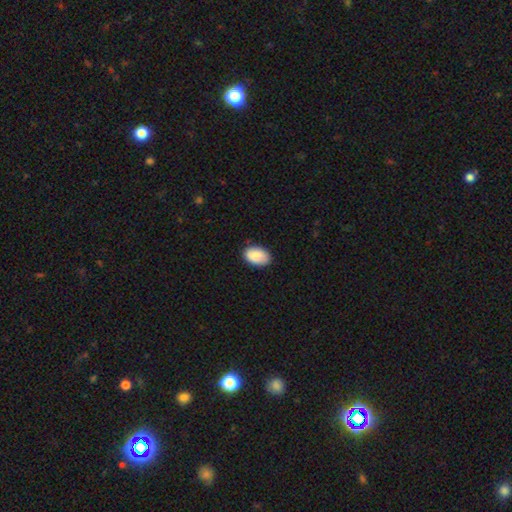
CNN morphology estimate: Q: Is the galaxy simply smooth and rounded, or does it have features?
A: smooth — 87%.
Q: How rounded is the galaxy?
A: in between — 88%.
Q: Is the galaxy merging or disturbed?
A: none — 85%.